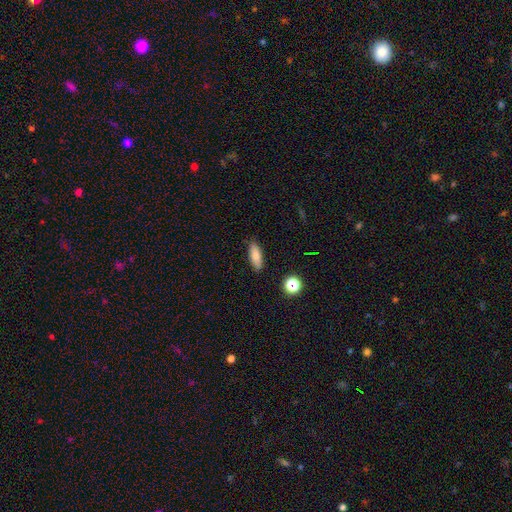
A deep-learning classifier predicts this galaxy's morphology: A smooth galaxy with no disk features (79%) that is in between round and cigar-shaped (62%).

Vote fractions:
- Smooth or featured? smooth: 79% / featured or disk: 12% / star or artifact: 9%
- How rounded? in between: 62% / cigar-shaped: 34% / round: 3%
- Merging? none: 87% / minor disturbance: 9% / major disturbance: 2% / merger: 2%